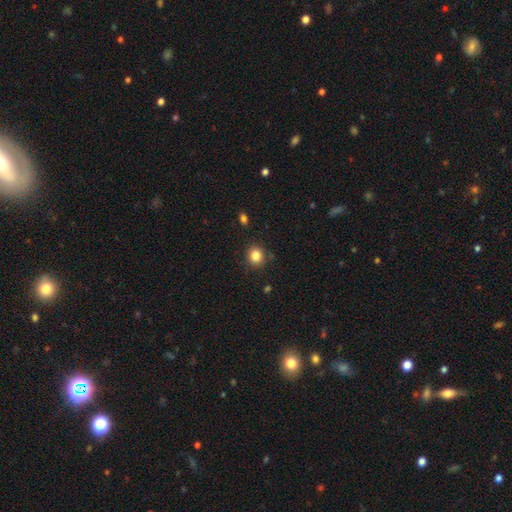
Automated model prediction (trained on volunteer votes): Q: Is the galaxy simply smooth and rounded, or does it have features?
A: smooth — 84%.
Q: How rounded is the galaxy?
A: round — 84%.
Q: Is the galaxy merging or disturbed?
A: none — 87%.